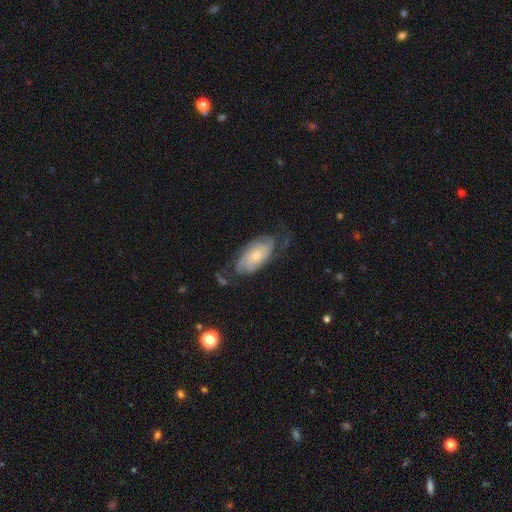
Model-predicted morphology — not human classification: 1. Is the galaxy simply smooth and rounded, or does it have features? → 73% featured or disk, 21% smooth, 6% star or artifact.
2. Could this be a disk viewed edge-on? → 94% no, 6% yes.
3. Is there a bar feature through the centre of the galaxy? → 75% no, 21% weak, 4% strong.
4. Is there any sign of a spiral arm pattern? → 92% yes, 8% no.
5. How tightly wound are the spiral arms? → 49% tight, 35% medium, 16% loose.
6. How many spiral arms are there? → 43% 2, 31% can't tell, 13% 3, 5% 4, 5% 1, 3% more than 4.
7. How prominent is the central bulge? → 54% small, 39% moderate, 3% large, 3% none, 1% dominant.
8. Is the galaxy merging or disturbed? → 58% none, 24% minor disturbance, 16% major disturbance, 2% merger.